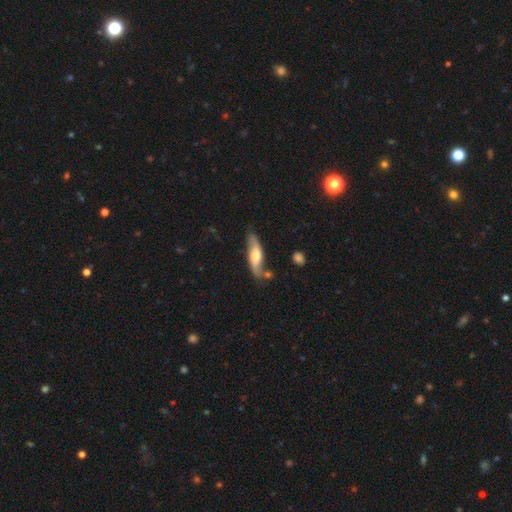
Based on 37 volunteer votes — Q: Smooth or featured?
A: featured or disk (46%); runner-up: smooth (43%)
Q: Edge-on disk?
A: yes (59%); runner-up: no (41%)
Q: Edge-on bulge?
A: rounded (80%); runner-up: boxy (20%)
Q: Merging?
A: none (70%); runner-up: minor disturbance (21%)